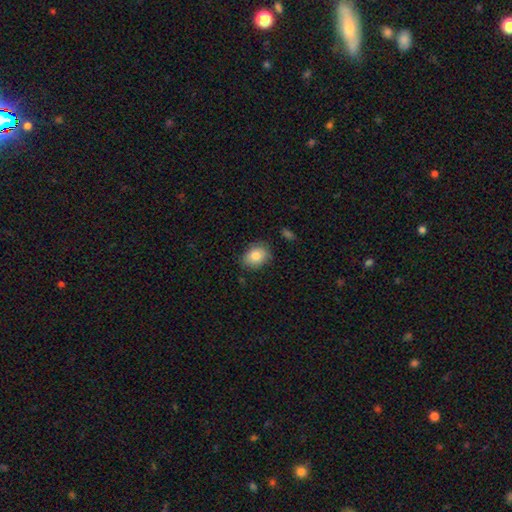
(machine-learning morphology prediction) Smooth or featured? Predicted: smooth (p=0.83). How rounded? Predicted: in between (p=0.58). Merging? Predicted: none (p=0.79).